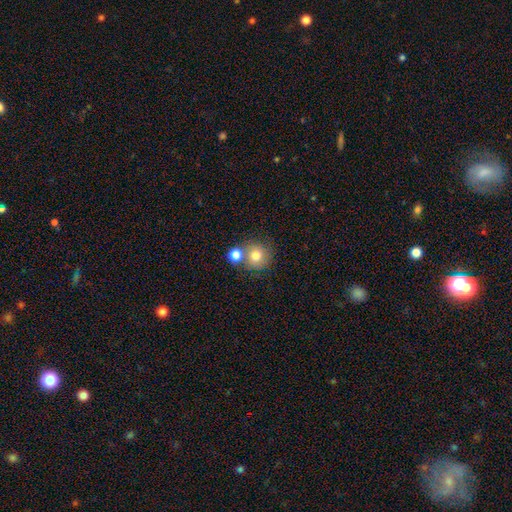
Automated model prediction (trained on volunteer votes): A smooth galaxy with no disk features (76%) that is round (91%). Merging: none (62%).